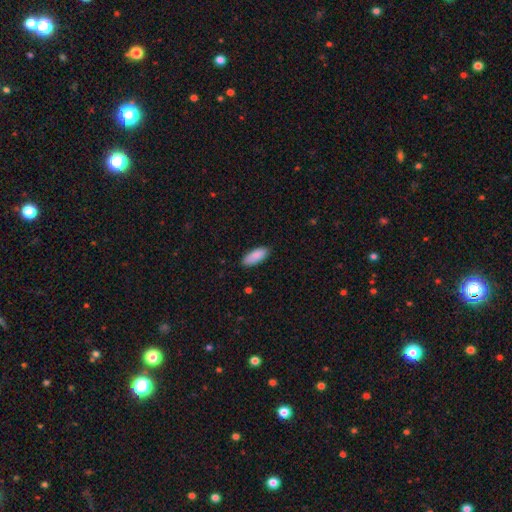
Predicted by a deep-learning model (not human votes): Smooth or featured? smooth (89%)
How rounded? in between (81%)
Merging? none (86%)